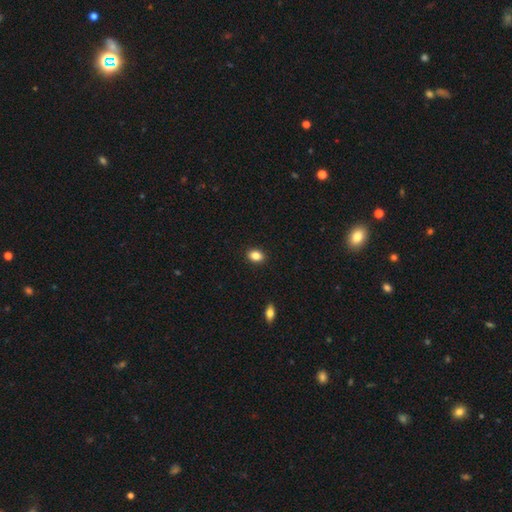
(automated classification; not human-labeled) A smooth galaxy with no disk features (85%) that is in between round and cigar-shaped (72%).

Vote fractions:
- Smooth or featured? smooth: 85% / star or artifact: 9% / featured or disk: 6%
- How rounded? in between: 72% / round: 26% / cigar-shaped: 1%
- Merging? none: 90% / minor disturbance: 7% / major disturbance: 2% / merger: 1%